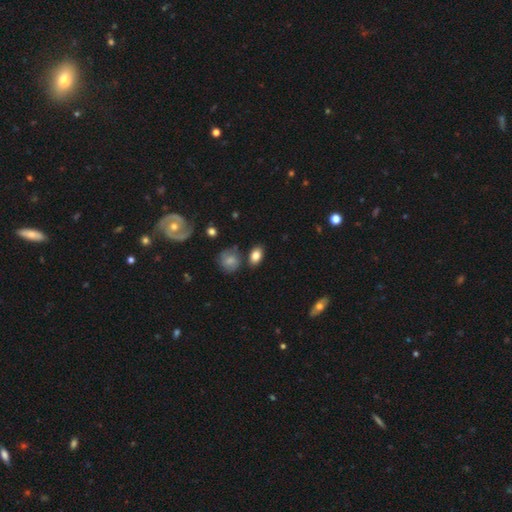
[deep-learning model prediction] Smooth or featured? Predicted: smooth (p=0.83). How rounded? Predicted: in between (p=0.83). Merging? Predicted: none (p=0.79).